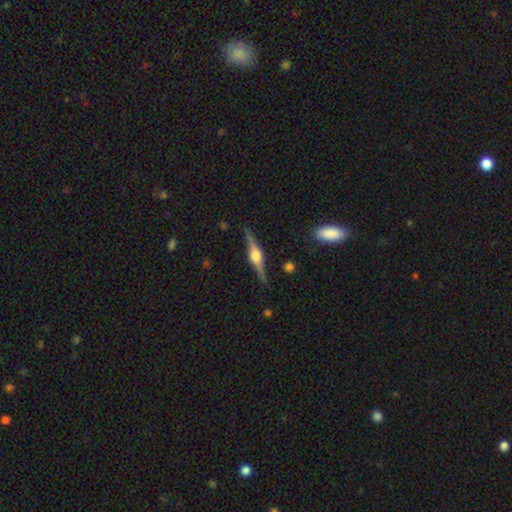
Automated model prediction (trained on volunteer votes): A featured or disk galaxy (84%) viewed edge-on (98%) with a rounded central bulge (92%). Merging: none (89%).